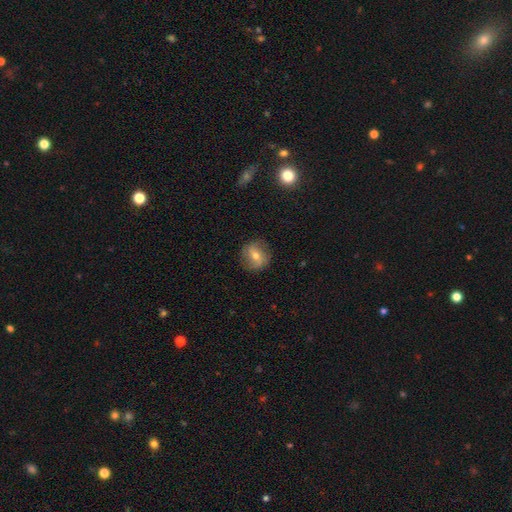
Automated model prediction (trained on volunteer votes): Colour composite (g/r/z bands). It shows a smooth galaxy with no disk features (45%). Merging: none (84%).